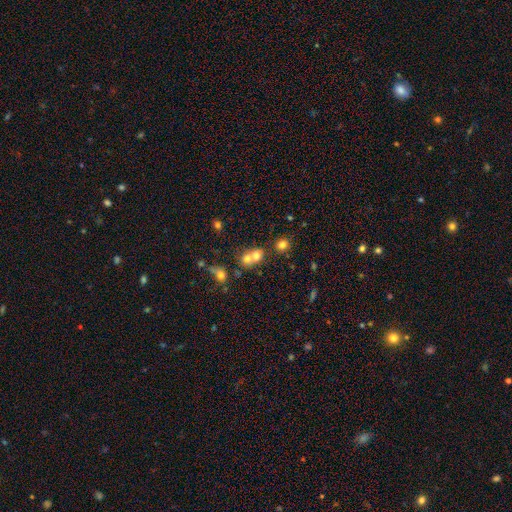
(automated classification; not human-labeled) A smooth galaxy with no disk features (69%) that is round (72%). Merging: merger (60%).